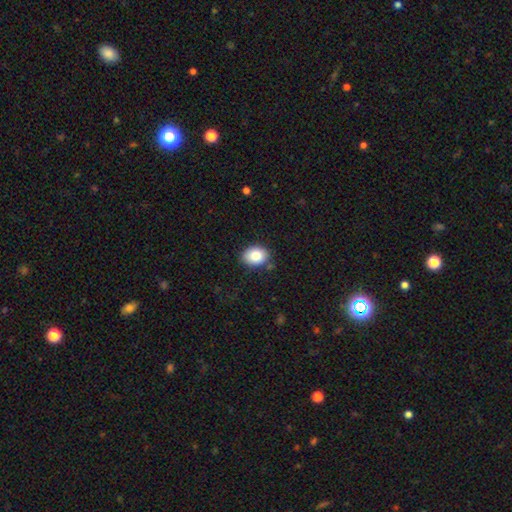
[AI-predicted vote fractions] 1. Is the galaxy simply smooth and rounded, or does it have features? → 84% smooth, 9% star or artifact, 7% featured or disk.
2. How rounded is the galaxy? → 61% in between, 38% round, 1% cigar-shaped.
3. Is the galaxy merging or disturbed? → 82% none, 13% minor disturbance, 3% major disturbance, 2% merger.